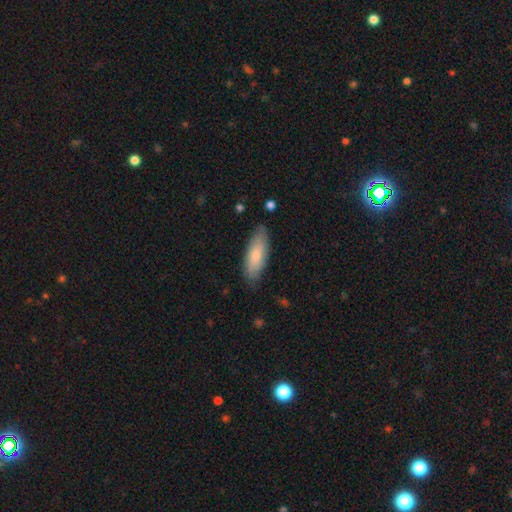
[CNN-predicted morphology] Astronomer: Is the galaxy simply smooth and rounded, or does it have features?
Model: smooth — 76%.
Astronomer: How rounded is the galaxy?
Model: in between — 70%.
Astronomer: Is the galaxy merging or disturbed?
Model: none — 79%.